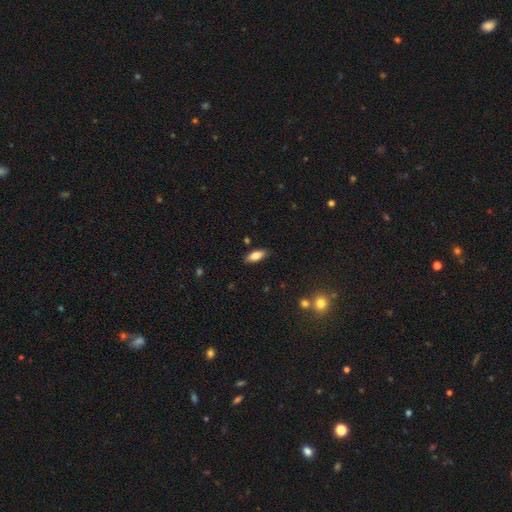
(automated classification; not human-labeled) Smooth or featured?
  - smooth: 78% *
  - featured or disk: 15%
  - star or artifact: 7%
How rounded?
  - in between: 78% *
  - cigar-shaped: 20%
  - round: 2%
Merging?
  - none: 86% *
  - minor disturbance: 11%
  - major disturbance: 2%
  - merger: 2%